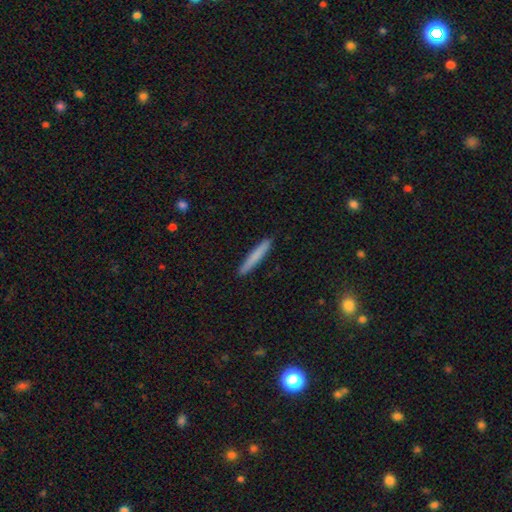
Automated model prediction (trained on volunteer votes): smooth-or-featured: smooth: 76% | featured or disk: 18% | star or artifact: 6%
  how-rounded: cigar-shaped: 96% | in between: 3% | round: 1%
  merging: none: 92% | minor disturbance: 6% | major disturbance: 1% | merger: 1%